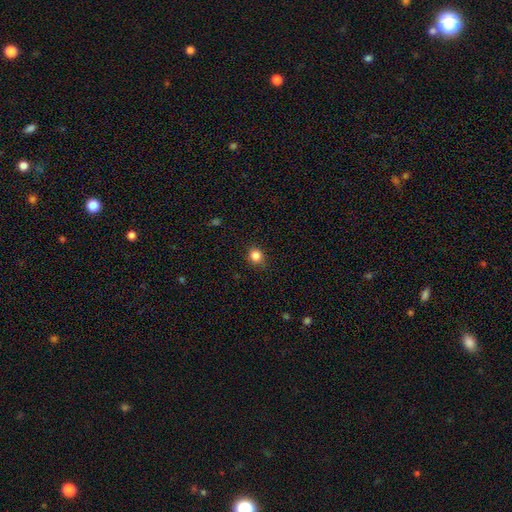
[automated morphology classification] Smooth or featured: smooth — 84% (star or artifact — 11%)
How rounded: round — 86% (in between — 13%)
Merging: none — 88% (minor disturbance — 9%)